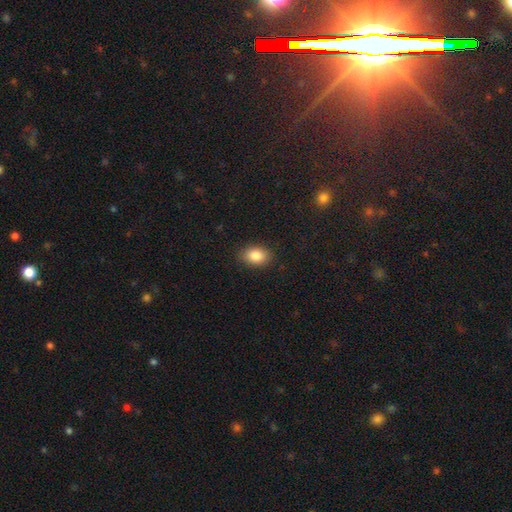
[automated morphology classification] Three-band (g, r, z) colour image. It shows a smooth galaxy with no disk features (85%) that is in between round and cigar-shaped (78%). Merging: none (87%).